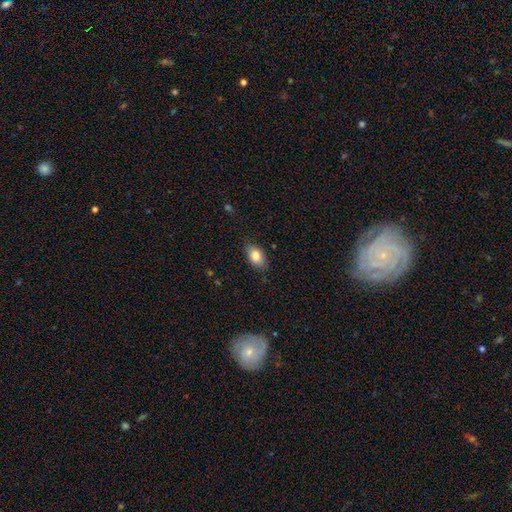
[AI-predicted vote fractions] smooth-or-featured: smooth: 83% | featured or disk: 10% | star or artifact: 8%
  how-rounded: in between: 88% | round: 10% | cigar-shaped: 3%
  merging: none: 80% | minor disturbance: 16% | major disturbance: 3% | merger: 1%